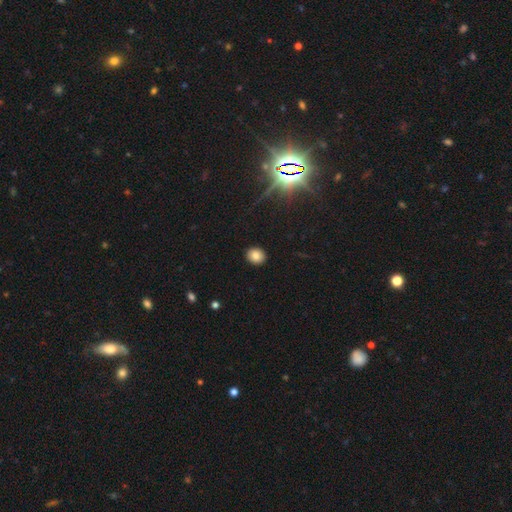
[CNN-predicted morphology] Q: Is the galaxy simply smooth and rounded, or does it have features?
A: smooth — 82%.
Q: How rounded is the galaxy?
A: round — 63%.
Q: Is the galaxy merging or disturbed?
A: none — 91%.